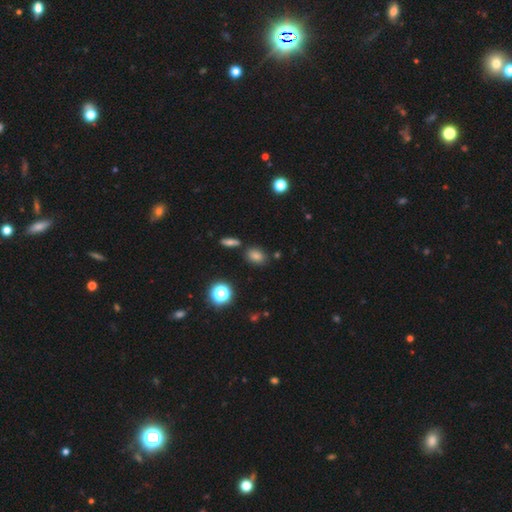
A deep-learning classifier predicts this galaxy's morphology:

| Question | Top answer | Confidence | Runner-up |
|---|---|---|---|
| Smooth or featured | smooth | 75% | star or artifact (18%) |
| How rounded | in between | 65% | round (33%) |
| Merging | none | 79% | minor disturbance (10%) |